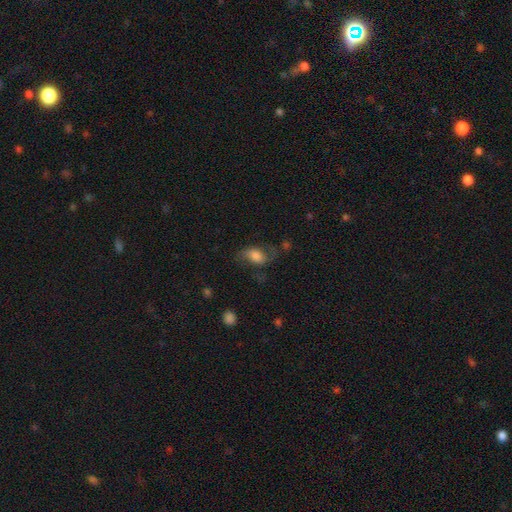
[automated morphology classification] Smooth or featured? smooth (52%)
How rounded? in between (84%)
Merging? none (49%)